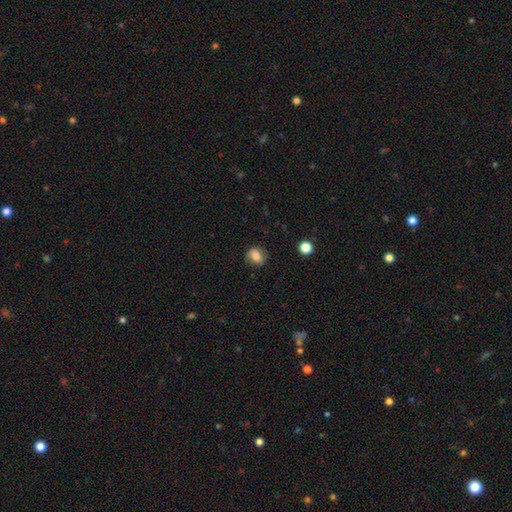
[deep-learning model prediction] smooth 67%, featured or disk 23%, star or artifact 10%. Down the decision tree: how rounded — round (60%); merging — none (79%).